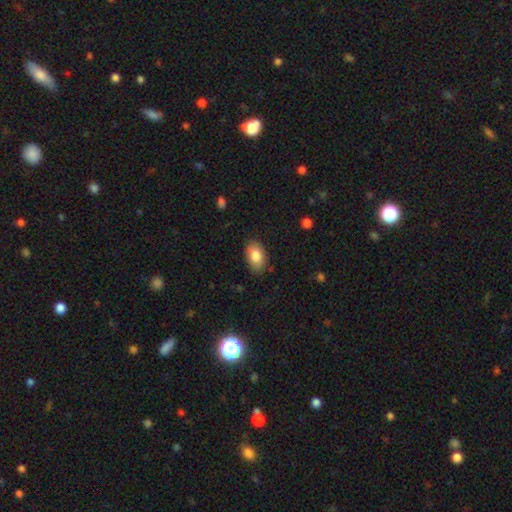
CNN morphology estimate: Smooth or featured: smooth — 84% (featured or disk — 9%)
How rounded: in between — 91% (round — 8%)
Merging: none — 83% (minor disturbance — 13%)